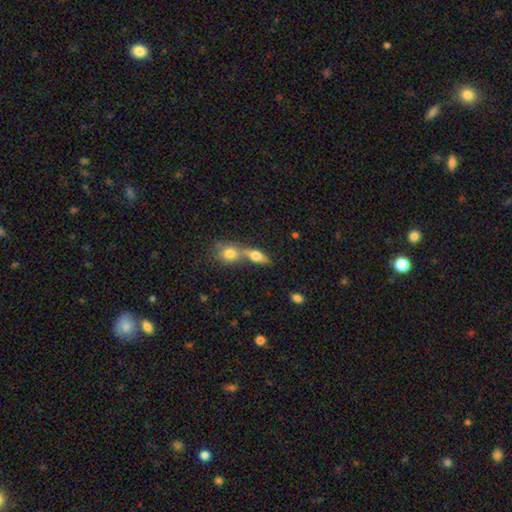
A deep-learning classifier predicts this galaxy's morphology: Smooth or featured?
  - smooth: 64% *
  - featured or disk: 27%
  - star or artifact: 9%
How rounded?
  - in between: 63% *
  - cigar-shaped: 25%
  - round: 12%
Merging?
  - merger: 54% *
  - none: 35%
  - minor disturbance: 7%
  - major disturbance: 4%